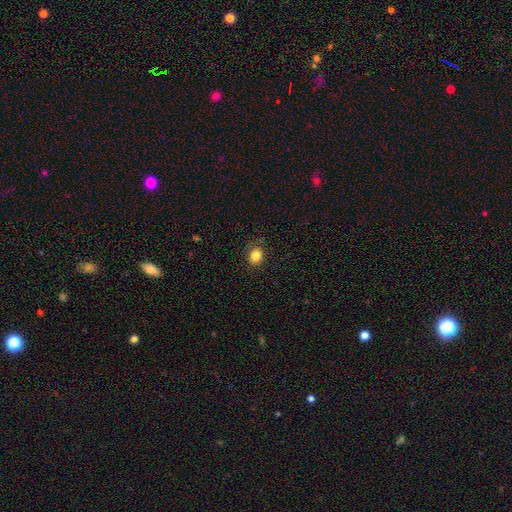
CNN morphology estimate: smooth-or-featured: smooth: 84% | star or artifact: 11% | featured or disk: 5%
  how-rounded: round: 65% | in between: 34% | cigar-shaped: 1%
  merging: none: 83% | minor disturbance: 12% | major disturbance: 3% | merger: 1%